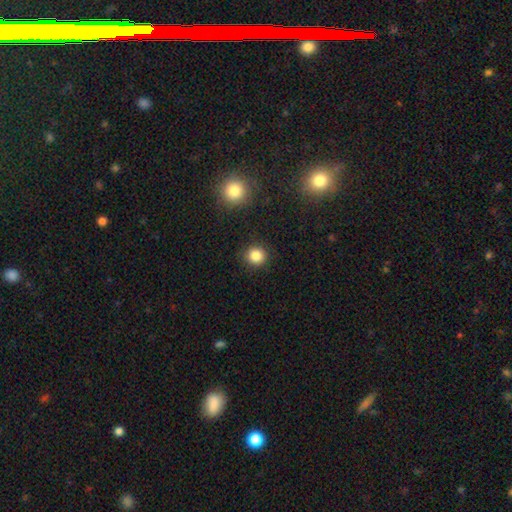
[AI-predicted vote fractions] Overall: smooth (85%). How rounded: round (92%). Merging: none (90%).